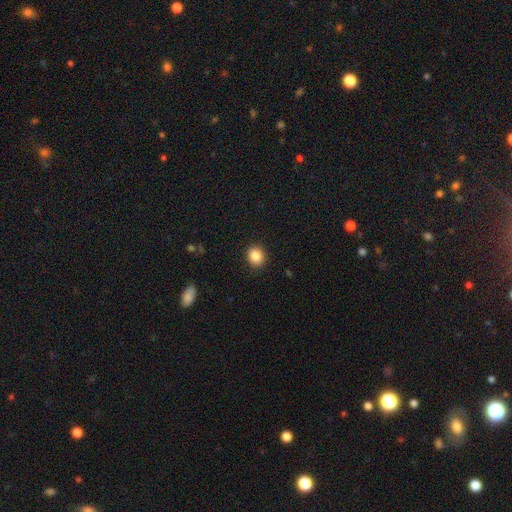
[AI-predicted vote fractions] Overall: smooth (87%). How rounded: round (74%). Merging: none (91%).